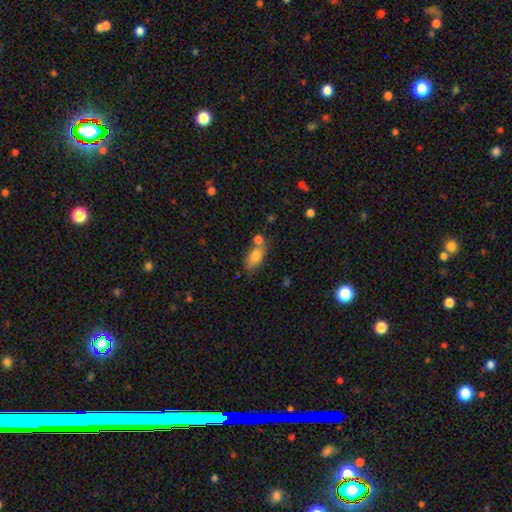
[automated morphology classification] Smooth or featured? Predicted: smooth (p=0.76). How rounded? Predicted: in between (p=0.84). Merging? Predicted: none (p=0.53).